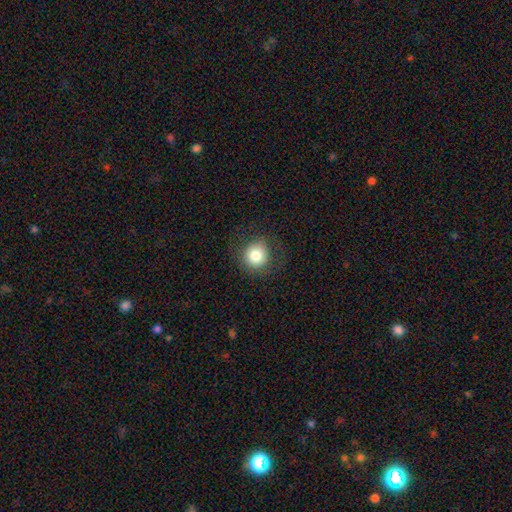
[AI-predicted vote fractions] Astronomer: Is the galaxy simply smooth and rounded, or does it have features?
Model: smooth — 80%.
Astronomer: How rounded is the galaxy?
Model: round — 91%.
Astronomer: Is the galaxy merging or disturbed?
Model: none — 80%.